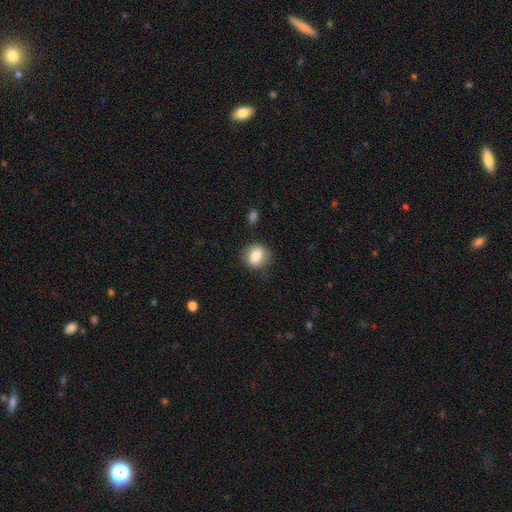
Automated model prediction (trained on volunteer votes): A smooth galaxy with no disk features (81%) that is round (64%).

Vote fractions:
- Smooth or featured? smooth: 81% / featured or disk: 11% / star or artifact: 8%
- How rounded? round: 64% / in between: 34% / cigar-shaped: 1%
- Merging? none: 77% / minor disturbance: 17% / major disturbance: 5% / merger: 2%